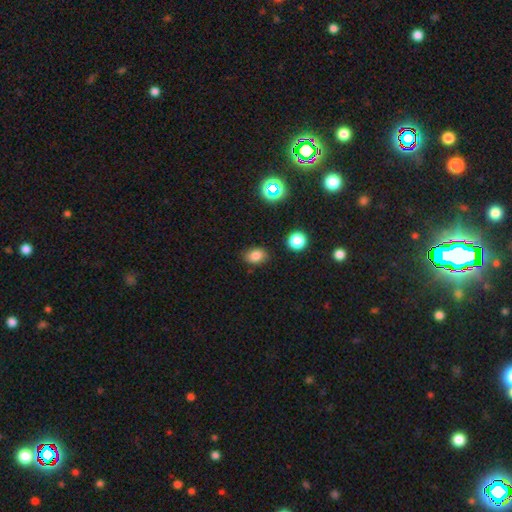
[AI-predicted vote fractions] smooth-or-featured: smooth: 79% | star or artifact: 14% | featured or disk: 7%
  how-rounded: in between: 73% | round: 26% | cigar-shaped: 1%
  merging: none: 84% | minor disturbance: 11% | major disturbance: 3% | merger: 2%